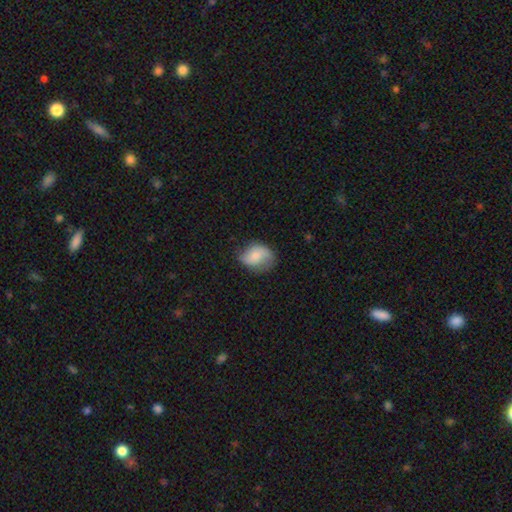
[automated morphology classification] Smooth or featured? smooth (61%)
How rounded? in between (65%)
Merging? none (58%)